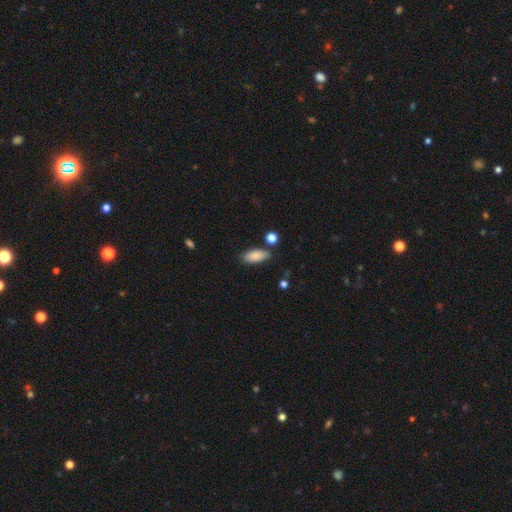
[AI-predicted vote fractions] A smooth galaxy with no disk features (86%) that is in between round and cigar-shaped (84%).

Vote fractions:
- Smooth or featured? smooth: 86% / featured or disk: 7% / star or artifact: 7%
- How rounded? in between: 84% / cigar-shaped: 13% / round: 2%
- Merging? none: 79% / minor disturbance: 13% / merger: 5% / major disturbance: 3%